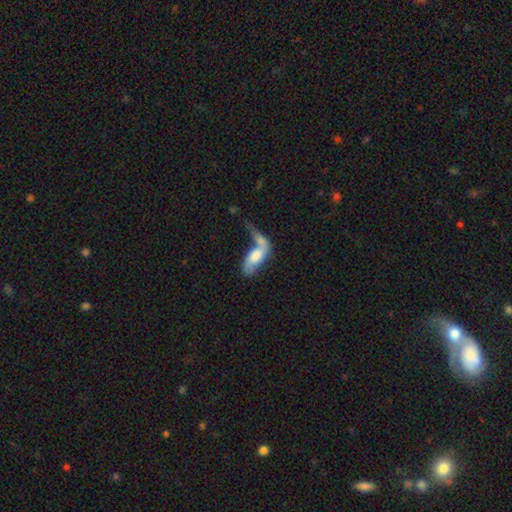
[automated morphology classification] The model was most divided on "smooth or featured": smooth: 51%, featured or disk: 42%, star or artifact: 7%. More confident: how rounded — in between (78%); merging — merger (55%).